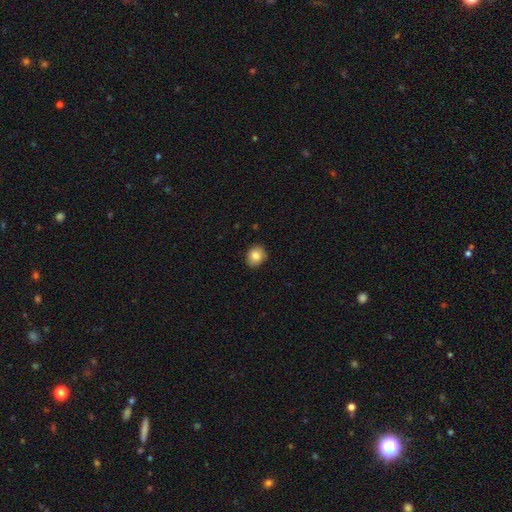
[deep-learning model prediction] Smooth or featured? Predicted: smooth (p=0.85). How rounded? Predicted: round (p=0.65). Merging? Predicted: none (p=0.87).